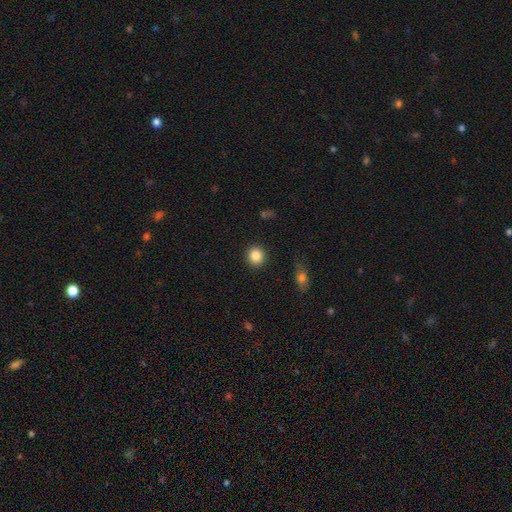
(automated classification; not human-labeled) Smooth or featured? Predicted: smooth (p=0.85). How rounded? Predicted: round (p=0.91). Merging? Predicted: none (p=0.91).